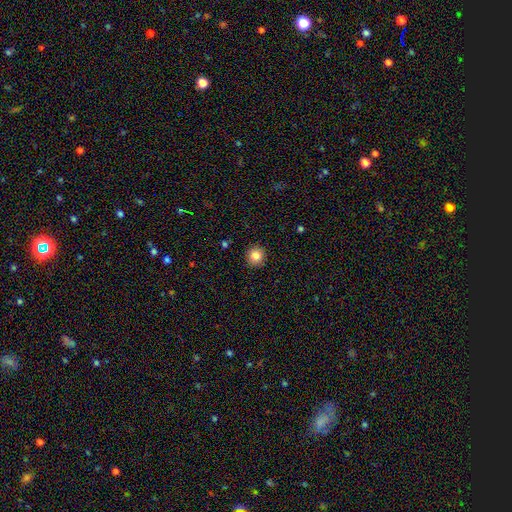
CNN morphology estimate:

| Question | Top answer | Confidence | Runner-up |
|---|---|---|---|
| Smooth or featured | smooth | 84% | star or artifact (10%) |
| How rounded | round | 92% | in between (7%) |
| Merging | none | 91% | minor disturbance (6%) |